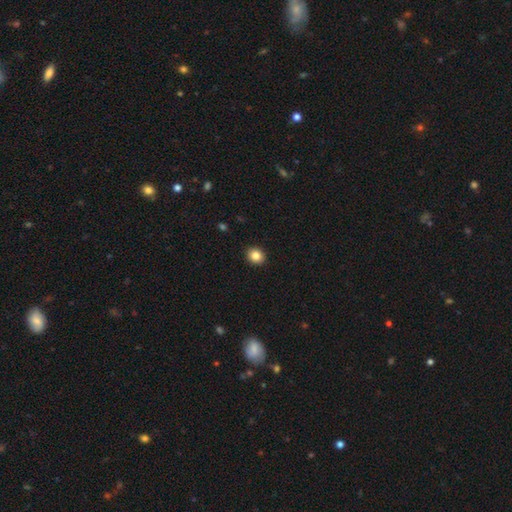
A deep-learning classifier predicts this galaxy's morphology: Q: Smooth or featured?
A: smooth (84%); runner-up: star or artifact (10%)
Q: How rounded?
A: round (66%); runner-up: in between (33%)
Q: Merging?
A: none (92%); runner-up: minor disturbance (6%)